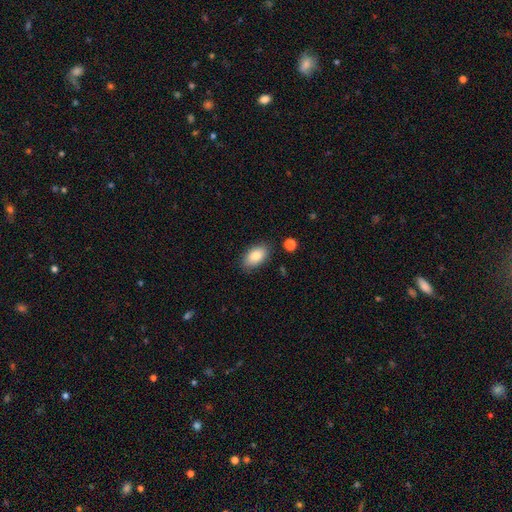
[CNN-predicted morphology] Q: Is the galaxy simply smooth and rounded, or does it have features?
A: smooth — 83%.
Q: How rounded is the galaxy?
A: in between — 93%.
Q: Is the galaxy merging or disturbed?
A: none — 84%.